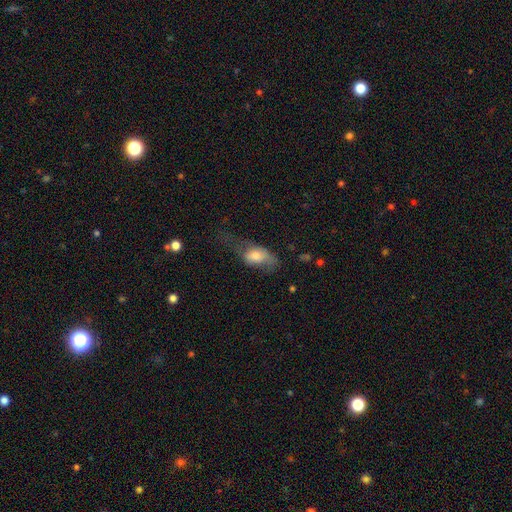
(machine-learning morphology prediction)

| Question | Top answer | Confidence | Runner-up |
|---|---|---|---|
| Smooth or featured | smooth | 63% | featured or disk (29%) |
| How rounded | in between | 85% | round (9%) |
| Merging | major disturbance | 47% | minor disturbance (26%) |